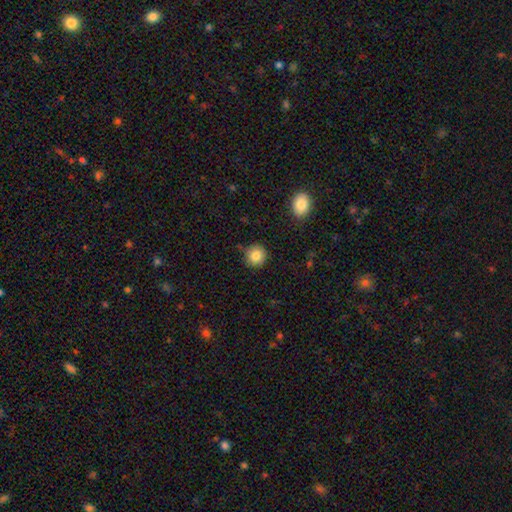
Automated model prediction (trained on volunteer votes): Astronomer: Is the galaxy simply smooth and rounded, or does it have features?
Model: smooth — 84%.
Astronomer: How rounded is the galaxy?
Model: round — 93%.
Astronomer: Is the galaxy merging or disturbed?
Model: none — 84%.